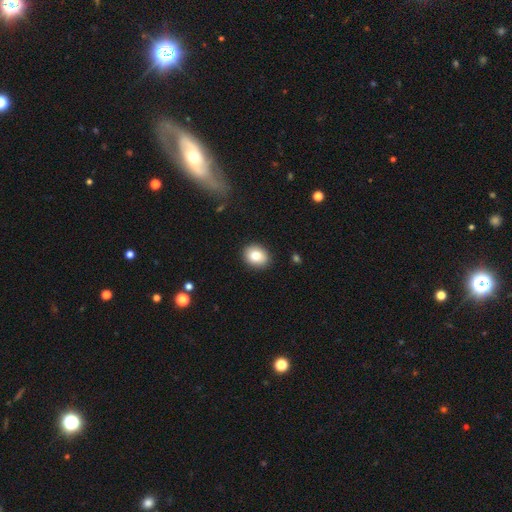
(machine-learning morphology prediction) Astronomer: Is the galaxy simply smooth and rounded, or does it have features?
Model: smooth — 83%.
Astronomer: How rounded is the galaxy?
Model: round — 51% (runner-up: in between, 48%).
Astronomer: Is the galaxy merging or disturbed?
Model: none — 89%.